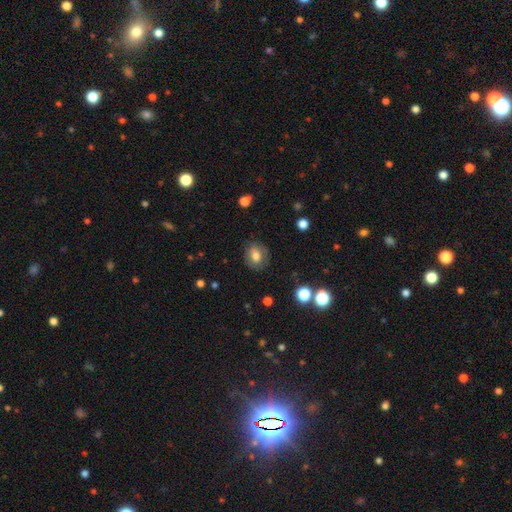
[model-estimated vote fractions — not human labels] The model was most divided on "how rounded": round: 56%, in between: 43%, cigar-shaped: 1%. More confident: merging — none (81%); smooth or featured — smooth (69%).